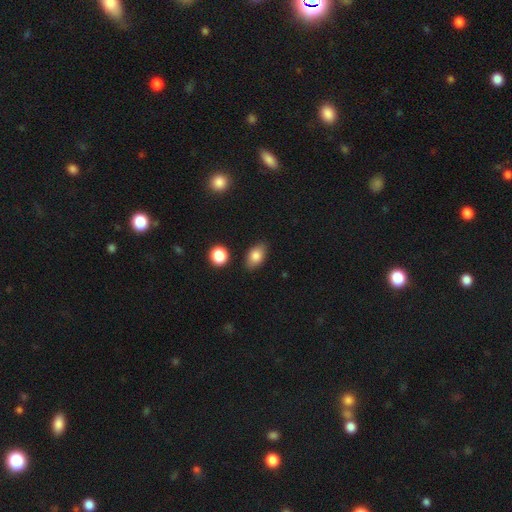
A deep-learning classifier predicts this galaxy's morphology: A smooth galaxy with no disk features (82%) that is in between round and cigar-shaped (88%). Merging: none (83%).